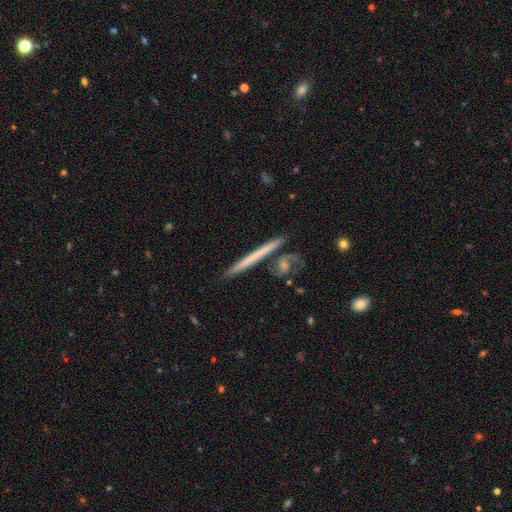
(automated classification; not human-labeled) The model was most divided on "smooth or featured": featured or disk: 48%, smooth: 46%, star or artifact: 6%. More confident: merging — none (84%).